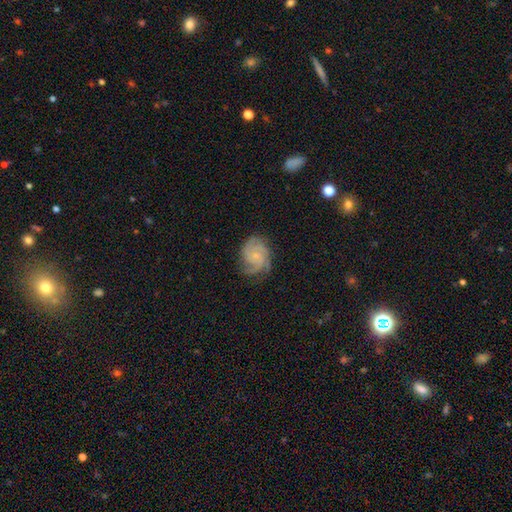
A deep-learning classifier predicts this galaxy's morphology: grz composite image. It shows a featured or disk galaxy (87%) with no bar (73%), 3 (52%) tight (60%) spiral arms (98%) and a small central bulge (75%). Merging: none (77%).